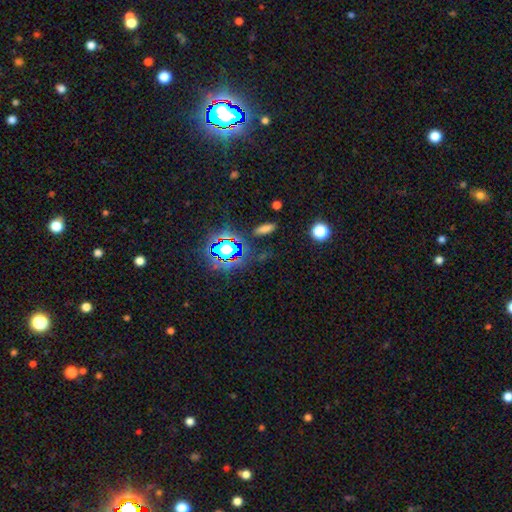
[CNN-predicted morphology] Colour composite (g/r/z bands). It shows a star or artifact, not a galaxy (78%).